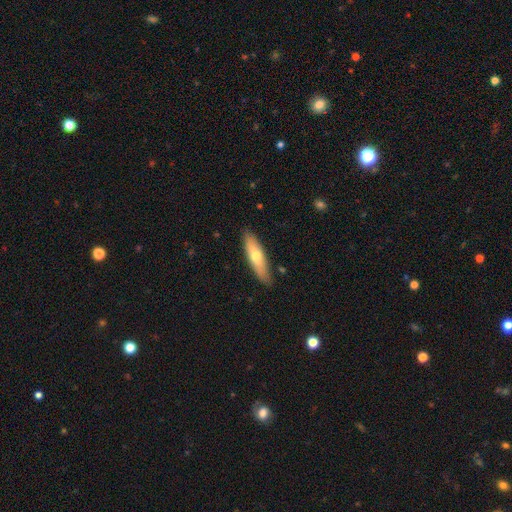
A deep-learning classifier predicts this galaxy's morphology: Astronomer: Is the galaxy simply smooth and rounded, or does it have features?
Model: smooth — 59% (runner-up: featured or disk, 35%).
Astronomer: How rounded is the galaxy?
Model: cigar-shaped — 62%.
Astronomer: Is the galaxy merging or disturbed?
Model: none — 86%.